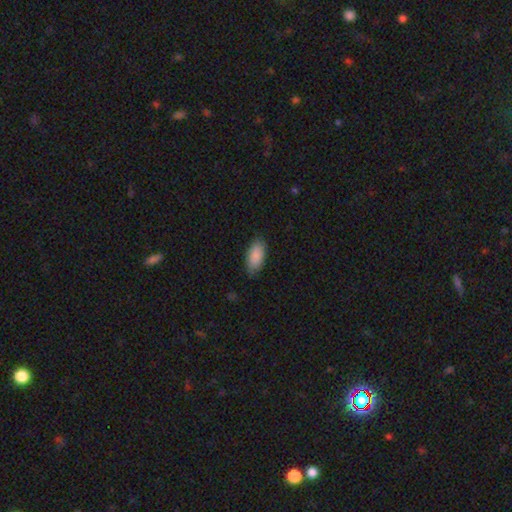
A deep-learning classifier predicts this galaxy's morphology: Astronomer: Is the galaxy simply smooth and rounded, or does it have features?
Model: smooth — 89%.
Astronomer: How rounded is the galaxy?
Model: in between — 92%.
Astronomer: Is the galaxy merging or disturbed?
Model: none — 83%.